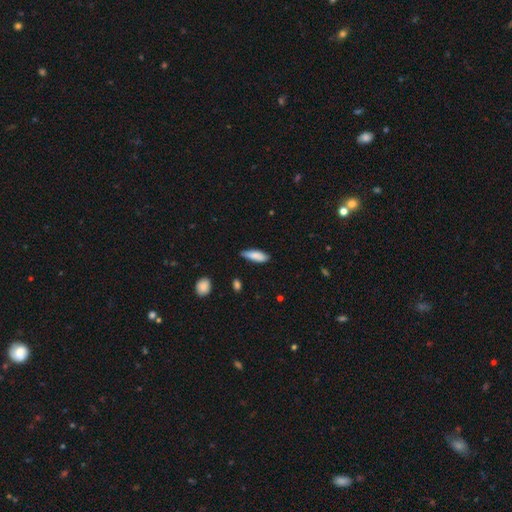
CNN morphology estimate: Smooth or featured: smooth — 83% (featured or disk — 11%)
How rounded: in between — 52% (cigar-shaped — 46%)
Merging: none — 75% (minor disturbance — 21%)